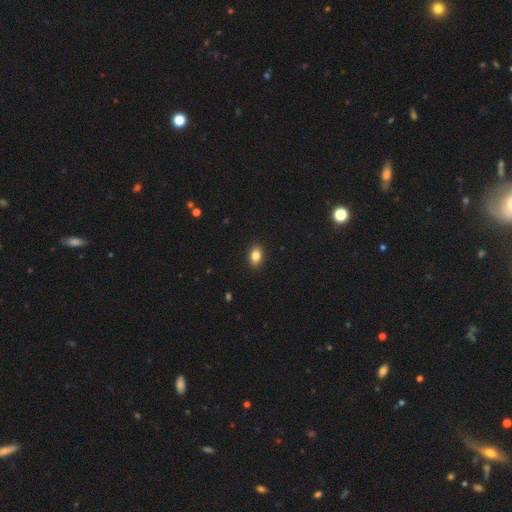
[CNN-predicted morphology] Q: Smooth or featured?
A: smooth (84%); runner-up: star or artifact (9%)
Q: How rounded?
A: in between (82%); runner-up: round (16%)
Q: Merging?
A: none (90%); runner-up: minor disturbance (7%)